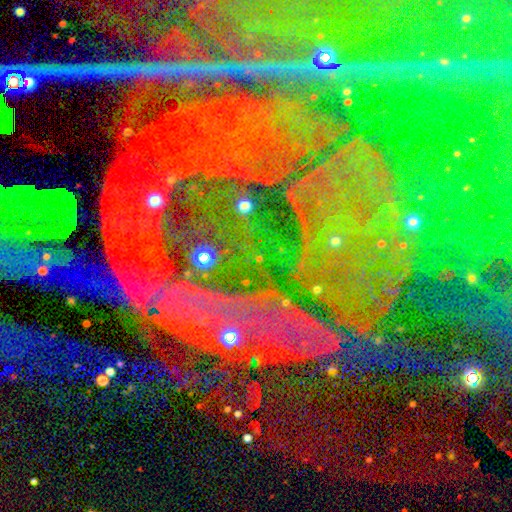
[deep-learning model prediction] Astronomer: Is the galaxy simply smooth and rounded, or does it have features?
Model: star or artifact — 88%.